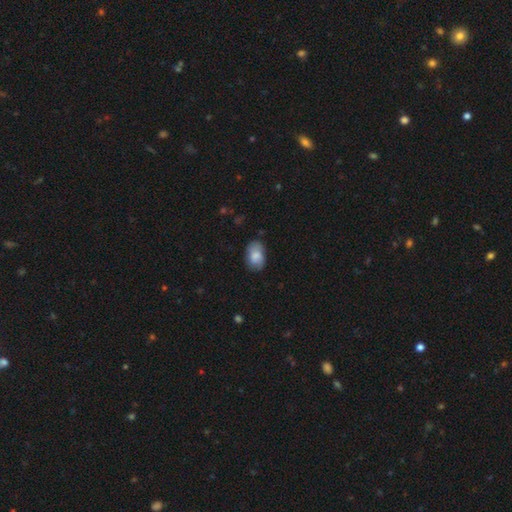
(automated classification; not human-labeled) Smooth or featured? smooth (78%)
How rounded? in between (88%)
Merging? none (71%)